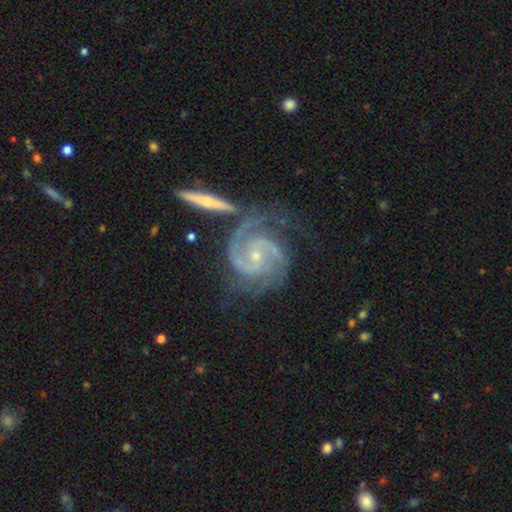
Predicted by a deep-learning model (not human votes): smooth_or_featured: featured or disk (p=0.93) [alt: star or artifact p=0.04]
disk_edge_on: no (p=0.97) [alt: yes p=0.03]
bar: no (p=0.52) [alt: weak p=0.35]
has_spiral_arms: yes (p=0.98) [alt: no p=0.02]
spiral_winding: medium (p=0.47) [alt: tight p=0.46]
spiral_arm_count: 2 (p=0.72) [alt: 3 p=0.16]
bulge_size: small (p=0.72) [alt: moderate p=0.25]
merging: none (p=0.55) [alt: minor disturbance p=0.20]